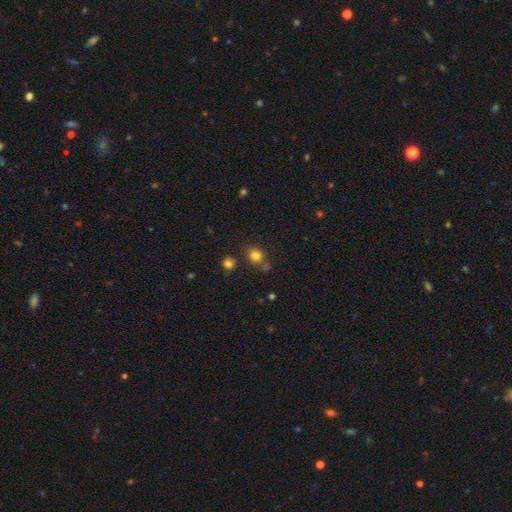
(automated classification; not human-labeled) This appears to be a smooth galaxy with no disk features (80%) that is round (79%). Merging: none (73%).